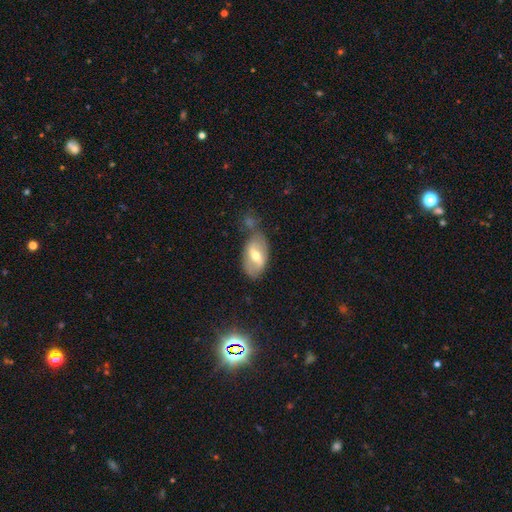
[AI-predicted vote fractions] featured or disk 51%, smooth 42%, star or artifact 7%. Down the decision tree: edge-on disk — no (88%); merging — none (57%).